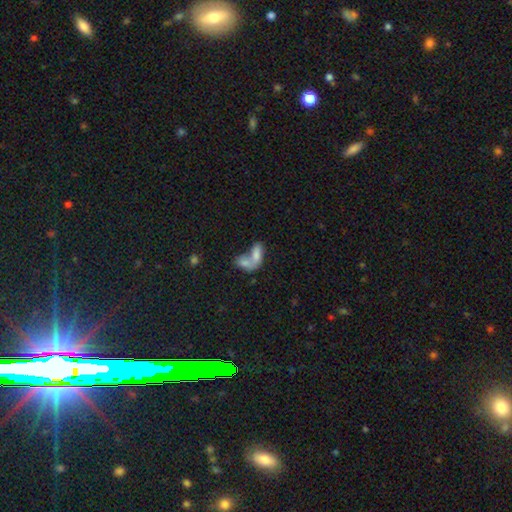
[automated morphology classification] smooth 74%, featured or disk 18%, star or artifact 9%. Down the decision tree: how rounded — in between (85%); merging — merger (73%).